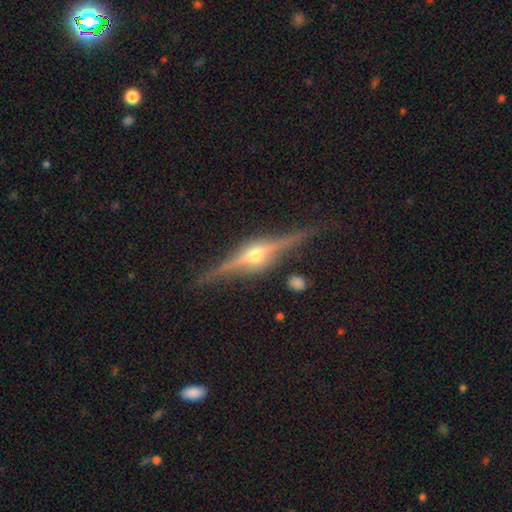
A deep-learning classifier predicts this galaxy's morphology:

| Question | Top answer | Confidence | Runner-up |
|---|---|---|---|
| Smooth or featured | featured or disk | 88% | smooth (6%) |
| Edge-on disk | yes | 98% | no (2%) |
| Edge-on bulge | rounded | 93% | boxy (5%) |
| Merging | none | 87% | minor disturbance (9%) |